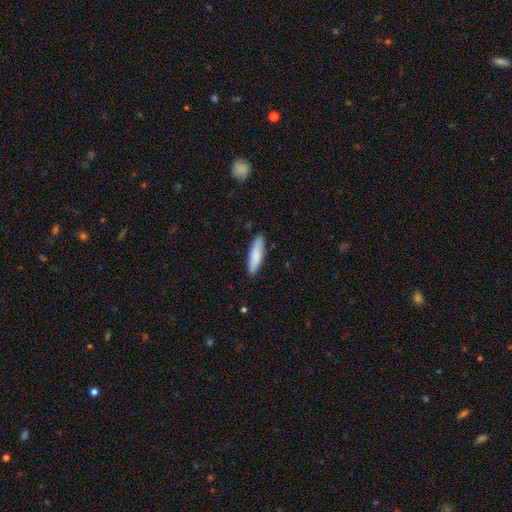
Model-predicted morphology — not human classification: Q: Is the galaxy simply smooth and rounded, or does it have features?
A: smooth — 84%.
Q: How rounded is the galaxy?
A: cigar-shaped — 64%.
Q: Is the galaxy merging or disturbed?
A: none — 87%.